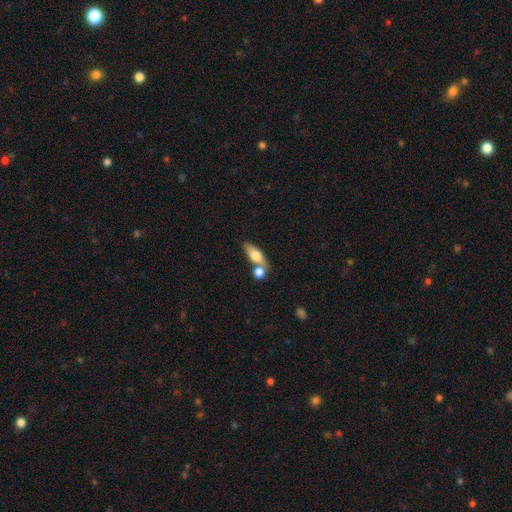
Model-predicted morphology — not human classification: Overall: smooth (65%; featured or disk 28%). How rounded: in between (61%; cigar-shaped 27%). Merging: none (48%; merger 37%).